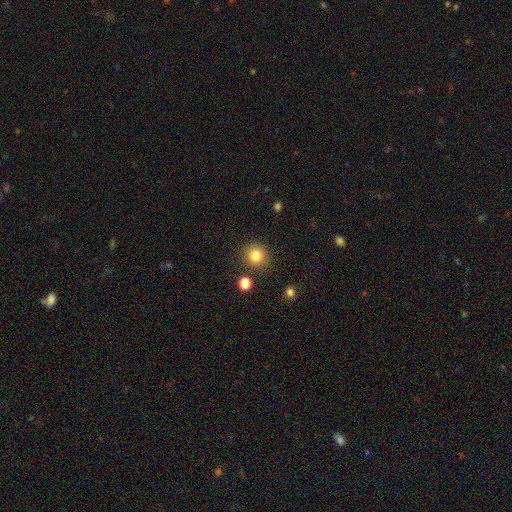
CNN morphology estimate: Overall: smooth (82%). How rounded: round (91%). Merging: none (87%).